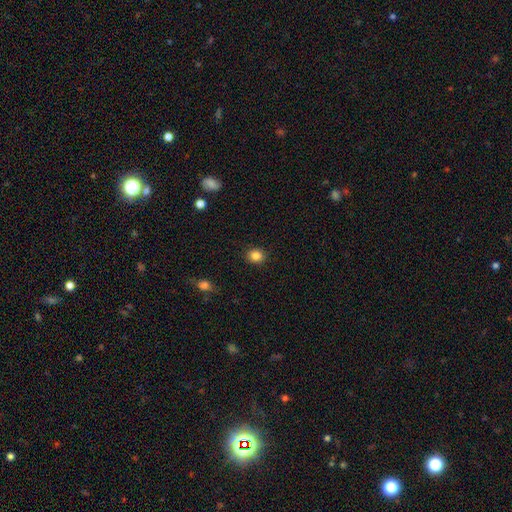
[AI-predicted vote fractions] smooth 85%, star or artifact 11%, featured or disk 4%. Down the decision tree: how rounded — round (77%); merging — none (90%).